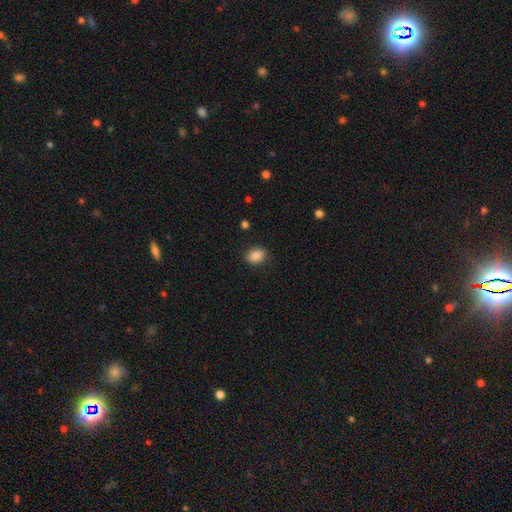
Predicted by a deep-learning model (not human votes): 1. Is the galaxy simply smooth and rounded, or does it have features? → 85% smooth, 9% star or artifact, 6% featured or disk.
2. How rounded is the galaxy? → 67% in between, 32% round, 1% cigar-shaped.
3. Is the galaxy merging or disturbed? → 87% none, 10% minor disturbance, 2% major disturbance, 1% merger.